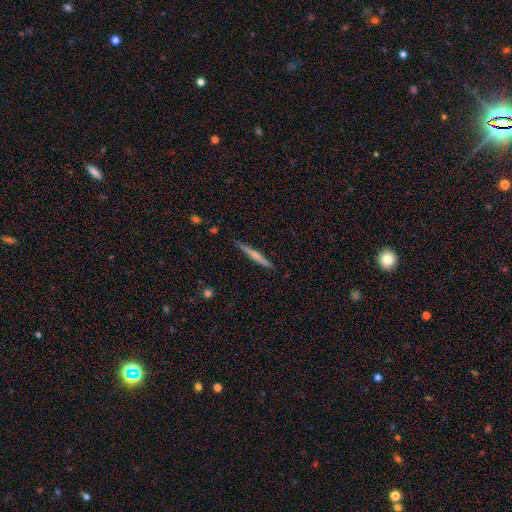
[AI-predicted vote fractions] Smooth or featured? Predicted: smooth (p=0.55). How rounded? Predicted: cigar-shaped (p=0.96). Merging? Predicted: none (p=0.88).